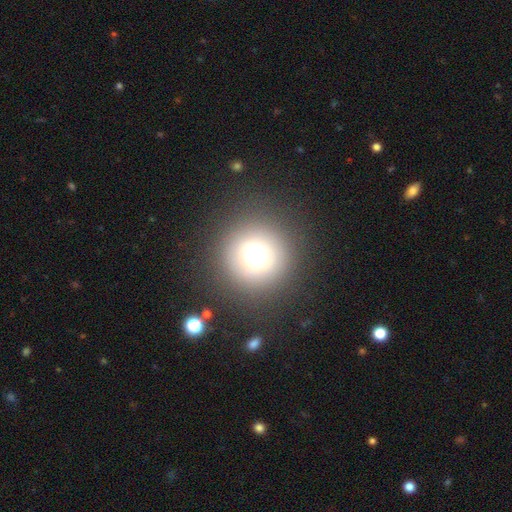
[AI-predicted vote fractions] Smooth or featured? Predicted: smooth (p=0.67). How rounded? Predicted: round (p=0.93). Merging? Predicted: none (p=0.85).